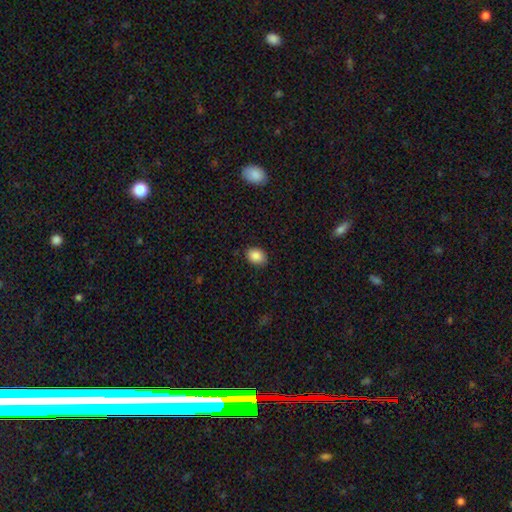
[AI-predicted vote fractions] Morphology: type=smooth (87%); roundness=in between (67%); merging=none (83%).